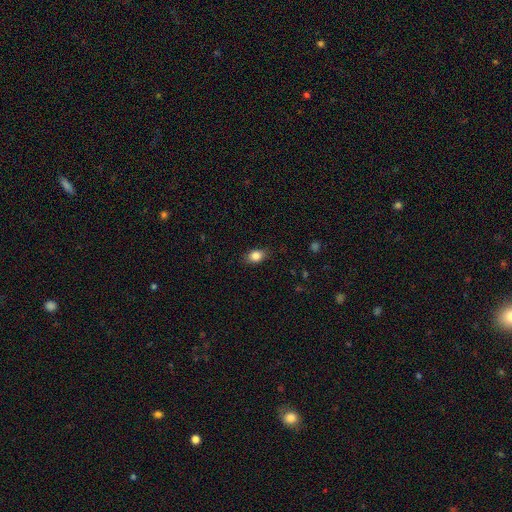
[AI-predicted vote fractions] Q: Smooth or featured?
A: smooth (84%); runner-up: star or artifact (9%)
Q: How rounded?
A: in between (72%); runner-up: round (25%)
Q: Merging?
A: none (82%); runner-up: minor disturbance (14%)